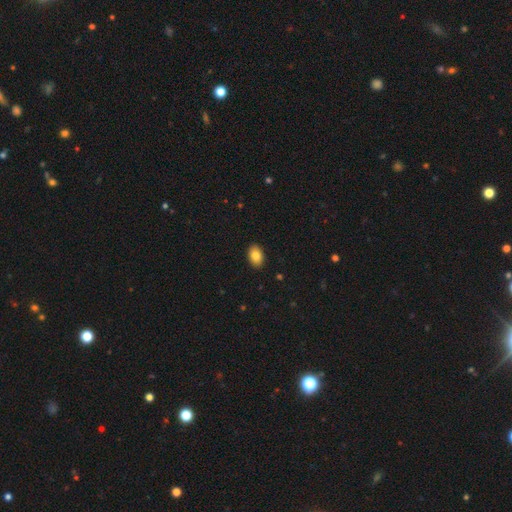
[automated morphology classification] This appears to be a smooth galaxy with no disk features (84%) that is in between round and cigar-shaped (88%). Merging: none (90%).